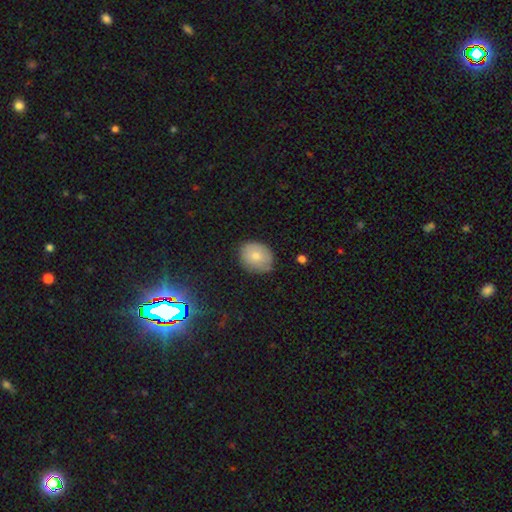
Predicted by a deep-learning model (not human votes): smooth_or_featured: smooth (p=0.74) [alt: featured or disk p=0.18]
how_rounded: round (p=0.56) [alt: in between p=0.43]
merging: none (p=0.76) [alt: minor disturbance p=0.20]